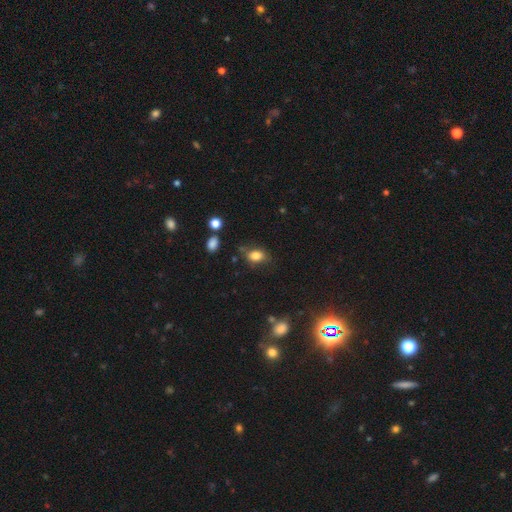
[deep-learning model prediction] Smooth or featured? Predicted: smooth (p=0.81). How rounded? Predicted: in between (p=0.75). Merging? Predicted: none (p=0.69).